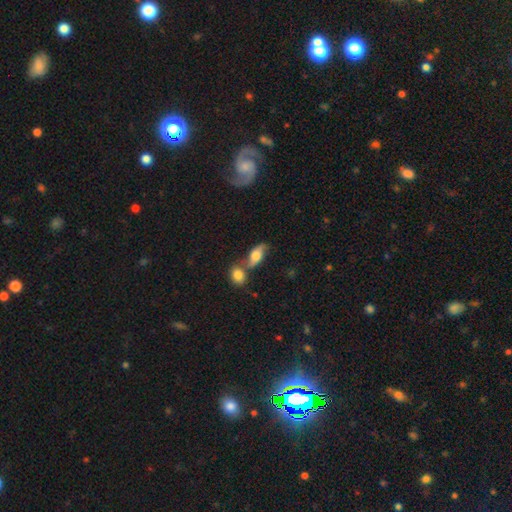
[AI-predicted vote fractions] Overall: smooth (60%; featured or disk 31%). How rounded: in between (78%). Merging: none (44%; merger 34%).